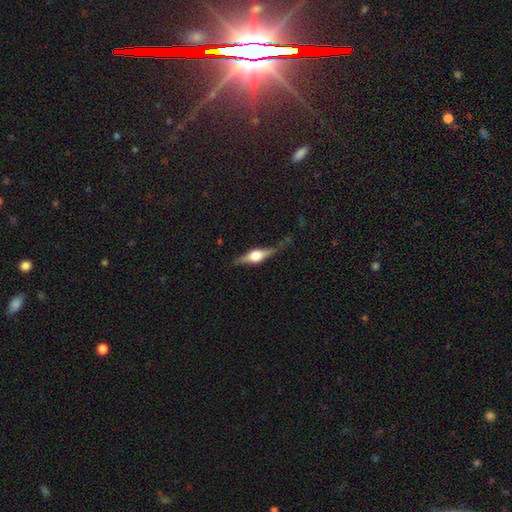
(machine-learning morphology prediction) Smooth or featured? featured or disk (76%)
Edge-on disk? yes (97%)
Edge-on bulge? rounded (94%)
Merging? none (81%)